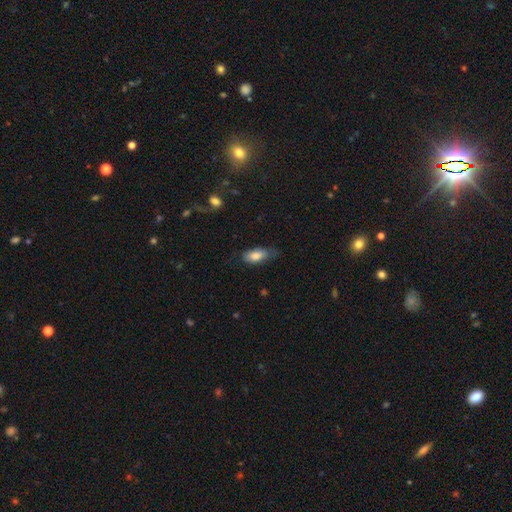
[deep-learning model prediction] smooth_or_featured: smooth (p=0.78) [alt: featured or disk p=0.15]
how_rounded: in between (p=0.87) [alt: cigar-shaped p=0.11]
merging: none (p=0.59) [alt: minor disturbance p=0.30]